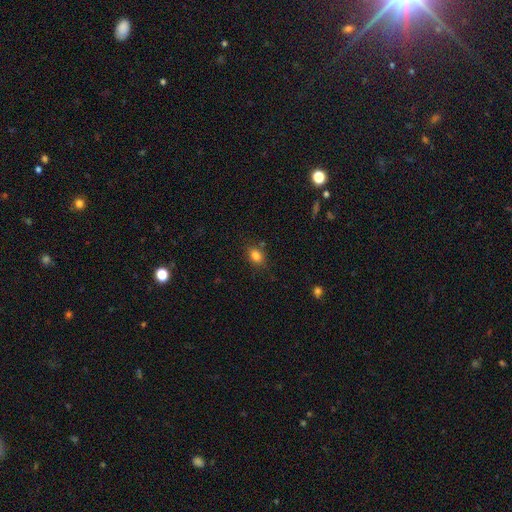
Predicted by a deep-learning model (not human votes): A smooth galaxy with no disk features (82%) that is in between round and cigar-shaped (74%). Merging: none (82%).